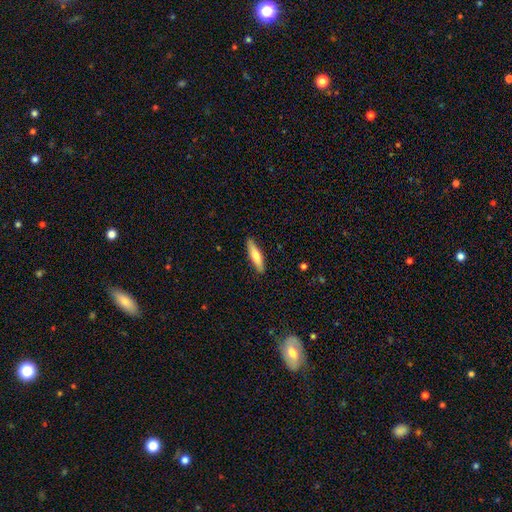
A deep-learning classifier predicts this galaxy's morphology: This is likely a smooth galaxy (63%). How rounded: likely cigar-shaped (78%). Merging: clearly none (89%).